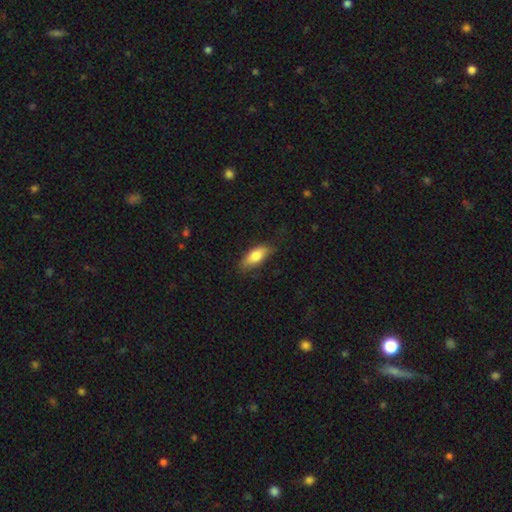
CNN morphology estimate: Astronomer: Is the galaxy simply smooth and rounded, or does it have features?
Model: smooth — 77%.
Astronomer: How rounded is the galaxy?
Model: in between — 77%.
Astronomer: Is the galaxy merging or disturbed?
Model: none — 71%.